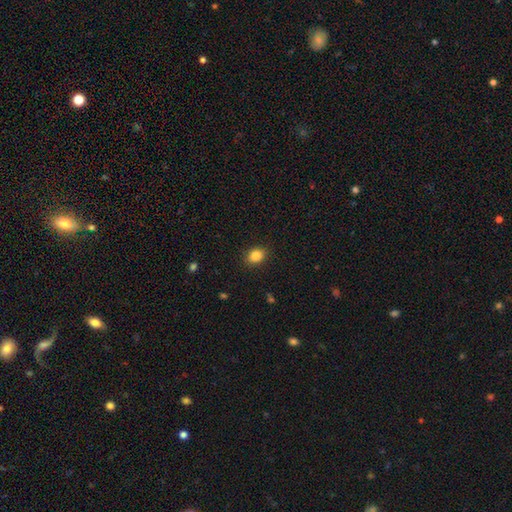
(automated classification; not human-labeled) A smooth galaxy with no disk features (86%) that is in between round and cigar-shaped (50%).

Vote fractions:
- Smooth or featured? smooth: 86% / star or artifact: 10% / featured or disk: 5%
- How rounded? in between: 50% / round: 49% / cigar-shaped: 1%
- Merging? none: 89% / minor disturbance: 8% / major disturbance: 2% / merger: 1%